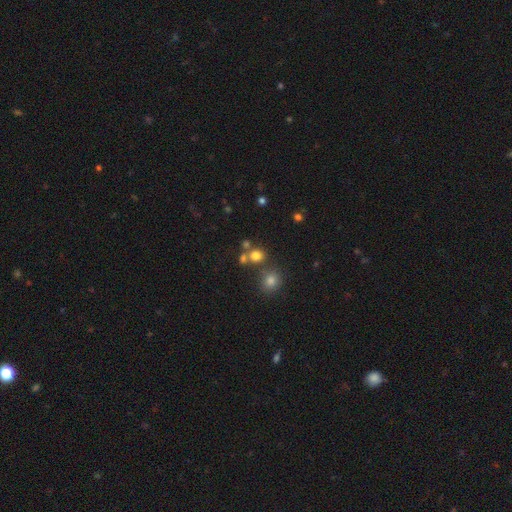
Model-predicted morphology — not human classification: This appears to be a smooth galaxy with no disk features (74%) that is round (82%). Merging: none (61%).